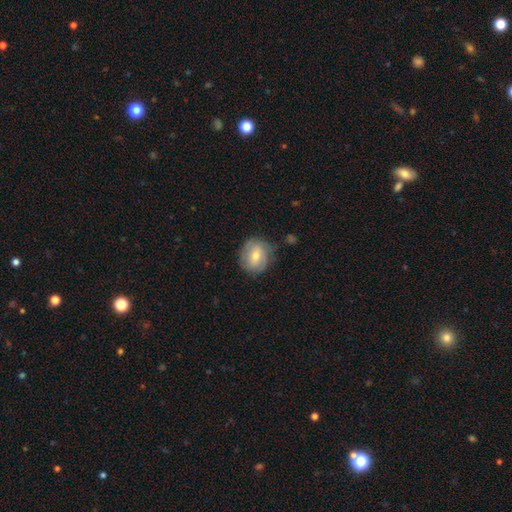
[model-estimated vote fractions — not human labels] Overall: smooth (59%; featured or disk 33%). How rounded: round (78%). Merging: none (72%).